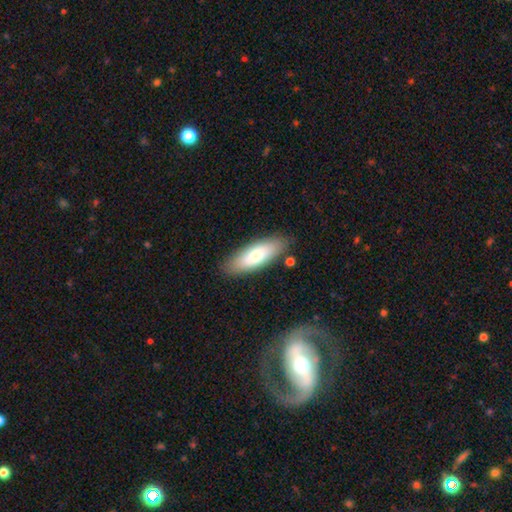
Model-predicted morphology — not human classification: Smooth or featured? Predicted: smooth (p=0.69). How rounded? Predicted: in between (p=0.65). Merging? Predicted: none (p=0.84).